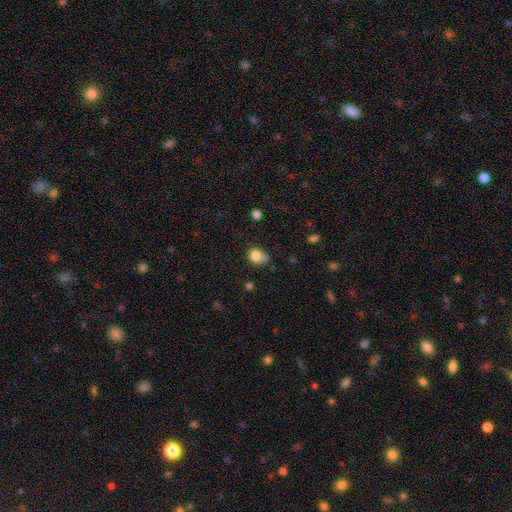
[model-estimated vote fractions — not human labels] smooth_or_featured: smooth (p=0.81) [alt: star or artifact p=0.11]
how_rounded: round (p=0.62) [alt: in between p=0.37]
merging: none (p=0.48) [alt: minor disturbance p=0.32]